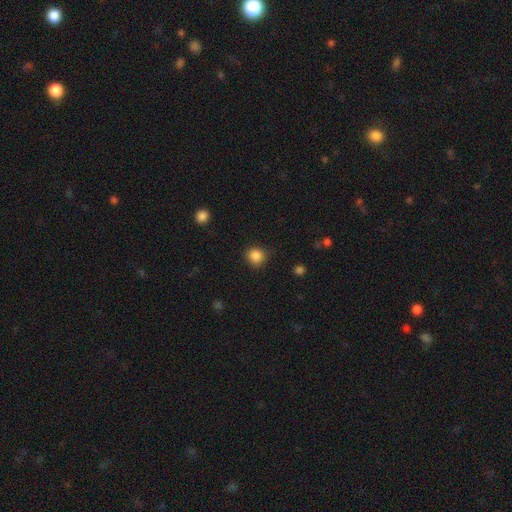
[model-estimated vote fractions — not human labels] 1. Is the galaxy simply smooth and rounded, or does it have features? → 86% smooth, 11% star or artifact, 3% featured or disk.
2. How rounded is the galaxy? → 89% round, 10% in between, 1% cigar-shaped.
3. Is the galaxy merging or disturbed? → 84% none, 11% minor disturbance, 3% major disturbance, 1% merger.